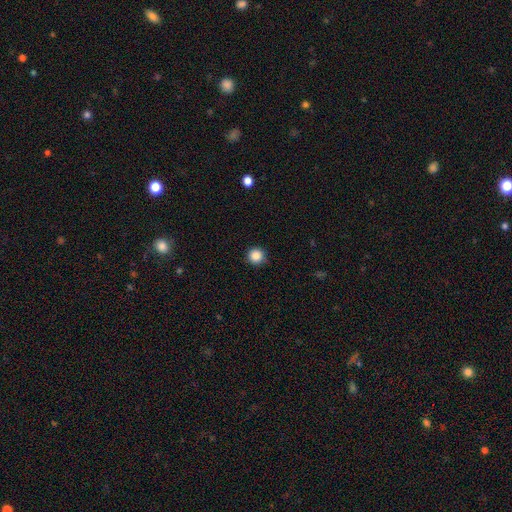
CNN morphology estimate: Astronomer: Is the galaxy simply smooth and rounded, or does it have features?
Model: smooth — 87%.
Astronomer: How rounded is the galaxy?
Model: round — 96%.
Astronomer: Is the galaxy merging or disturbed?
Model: none — 90%.